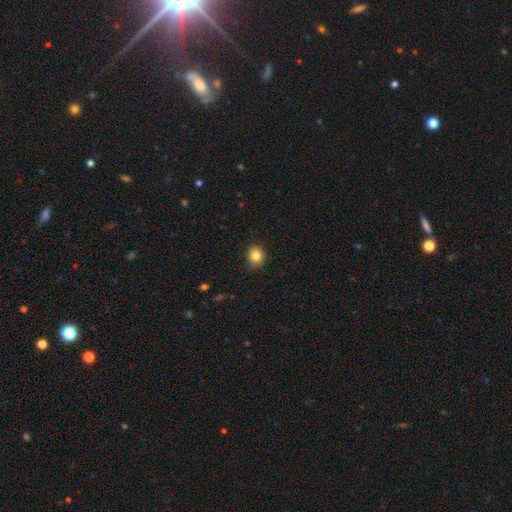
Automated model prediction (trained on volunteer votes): This is clearly a smooth galaxy (84%). How rounded: likely round (76%). Merging: clearly none (87%).